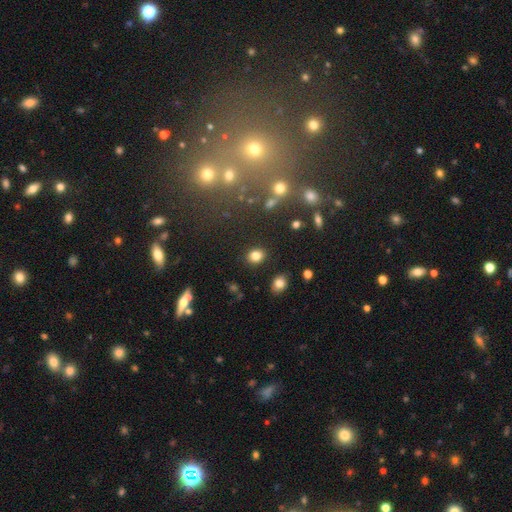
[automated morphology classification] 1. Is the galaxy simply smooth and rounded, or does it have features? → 82% smooth, 11% star or artifact, 6% featured or disk.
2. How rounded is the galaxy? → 59% round, 40% in between, 1% cigar-shaped.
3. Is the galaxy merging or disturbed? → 88% none, 7% minor disturbance, 3% merger, 2% major disturbance.